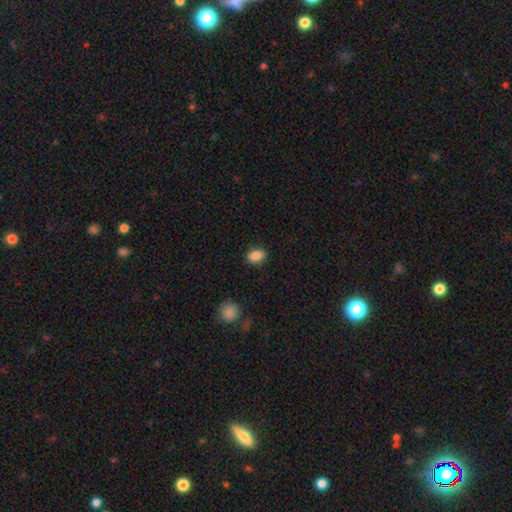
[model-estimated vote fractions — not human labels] This is clearly a smooth galaxy (88%). How rounded: likely in between (72%). Merging: clearly none (88%).